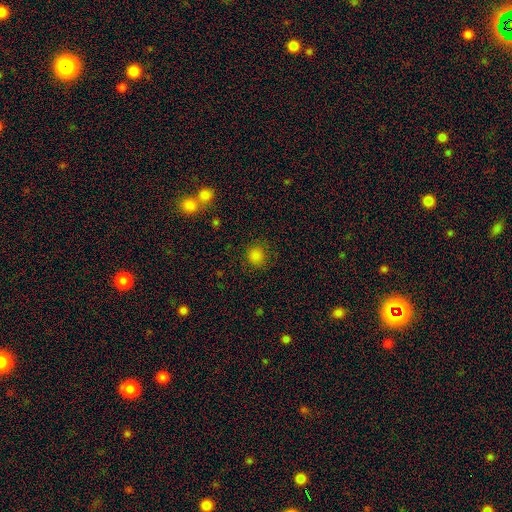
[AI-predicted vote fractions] This appears to be a smooth galaxy with no disk features (82%) that is round (92%). Merging: none (87%).